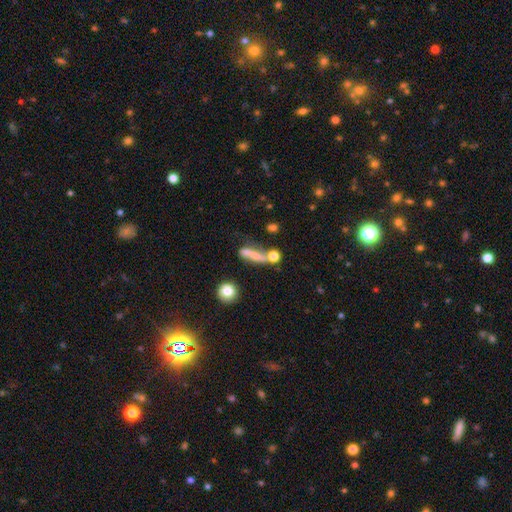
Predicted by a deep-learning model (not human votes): Smooth or featured: smooth — 54% (featured or disk — 33%)
How rounded: cigar-shaped — 55% (in between — 31%)
Merging: none — 38% (merger — 28%)